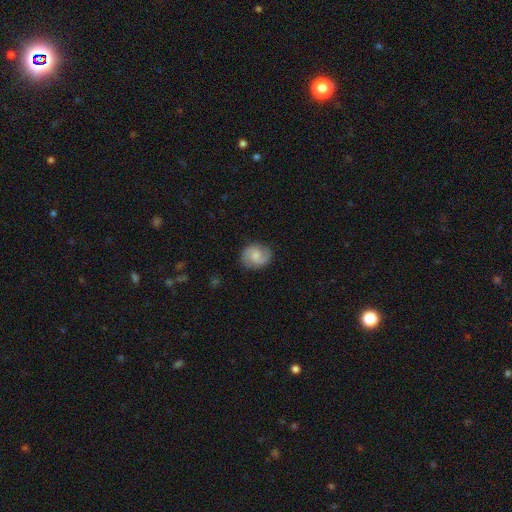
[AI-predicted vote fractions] Smooth or featured: featured or disk — 59% (smooth — 33%)
Edge-on disk: no — 98% (yes — 2%)
Bar: no — 55% (weak — 40%)
Spiral arms: yes — 94% (no — 6%)
Spiral winding: medium — 49% (tight — 33%)
Spiral arm count: 2 — 88% (can't tell — 6%)
Bulge size: moderate — 40% (small — 35%)
Merging: none — 83% (minor disturbance — 12%)